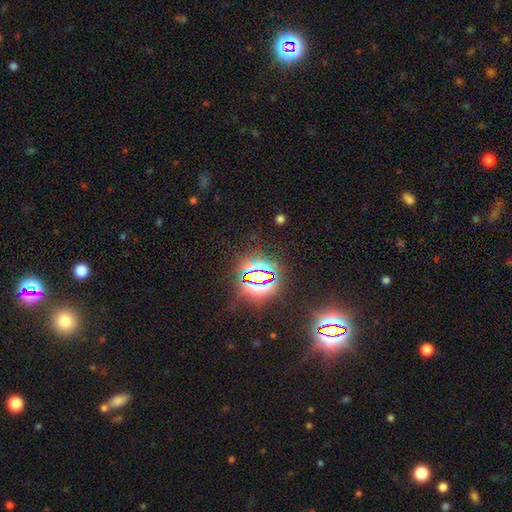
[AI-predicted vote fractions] A star or artifact, not a galaxy (80%).

Vote fractions:
- Smooth or featured? star or artifact: 80% / smooth: 11% / featured or disk: 8%